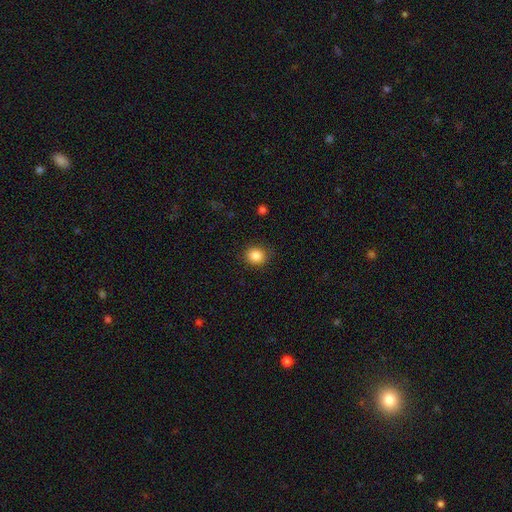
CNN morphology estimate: smooth-or-featured: smooth: 86% | star or artifact: 10% | featured or disk: 4%
  how-rounded: round: 81% | in between: 18% | cigar-shaped: 1%
  merging: none: 87% | minor disturbance: 9% | major disturbance: 3% | merger: 1%